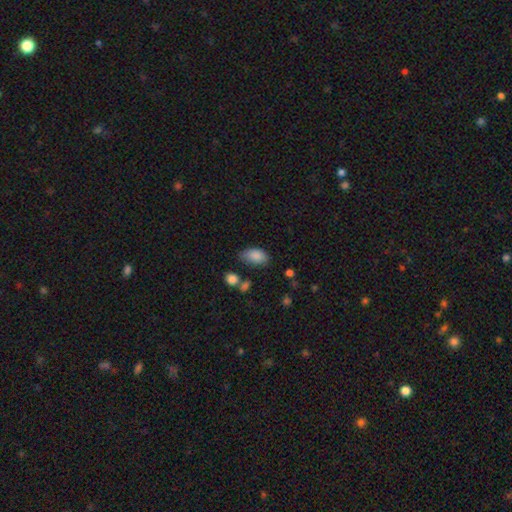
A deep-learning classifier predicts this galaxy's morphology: smooth_or_featured: smooth (p=0.86) [alt: star or artifact p=0.08]
how_rounded: in between (p=0.92) [alt: round p=0.06]
merging: none (p=0.59) [alt: minor disturbance p=0.28]